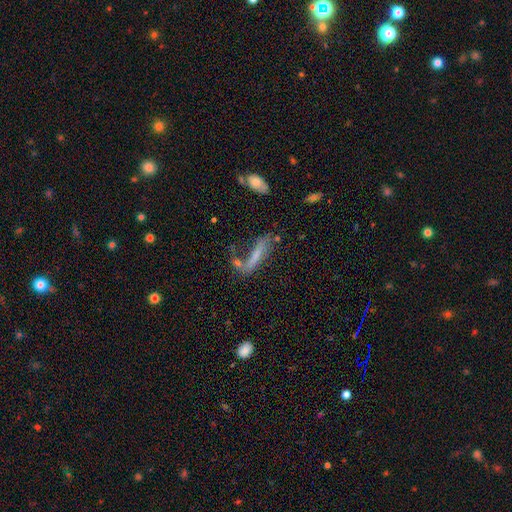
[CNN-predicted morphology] A smooth galaxy with no disk features (49%).

Vote fractions:
- Smooth or featured? smooth: 49% / featured or disk: 40% / star or artifact: 12%
- Merging? none: 40% / major disturbance: 21% / merger: 20% / minor disturbance: 19%